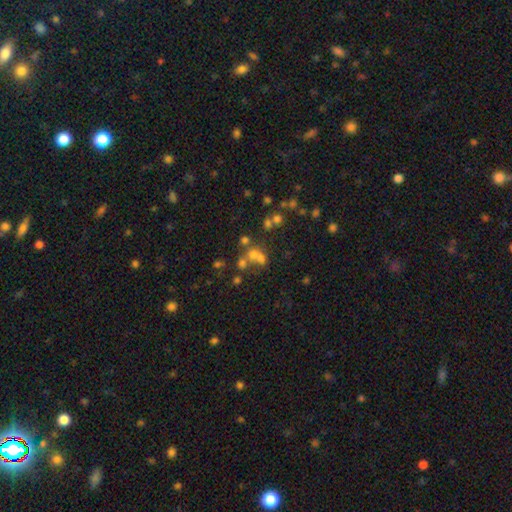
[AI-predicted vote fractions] A smooth galaxy with no disk features (51%) that is round (64%).

Vote fractions:
- Smooth or featured? smooth: 51% / star or artifact: 25% / featured or disk: 23%
- How rounded? round: 64% / in between: 34% / cigar-shaped: 2%
- Merging? merger: 45% / none: 37% / minor disturbance: 10% / major disturbance: 9%